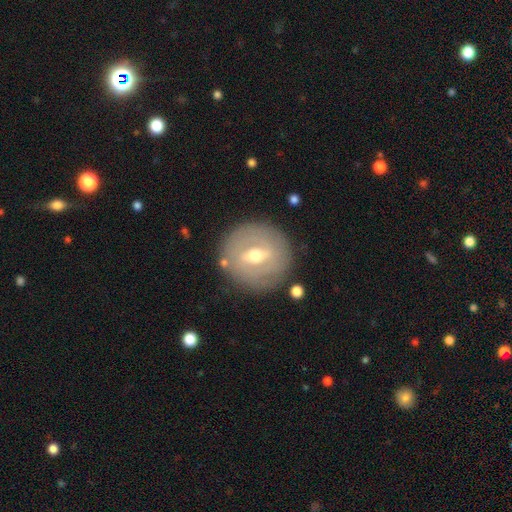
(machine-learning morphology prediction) Smooth or featured? featured or disk (66%)
Edge-on disk? no (92%)
Bar? weak (51%)
Spiral arms? no (50%, tied with yes)
Bulge size? moderate (70%)
Merging? none (83%)